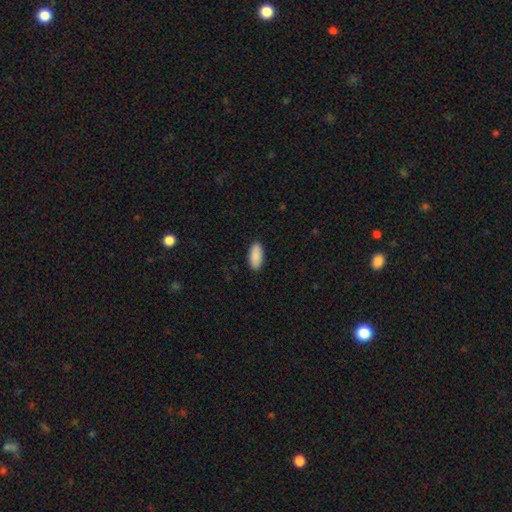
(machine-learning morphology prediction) Smooth or featured? Predicted: smooth (p=0.91). How rounded? Predicted: in between (p=0.89). Merging? Predicted: none (p=0.90).